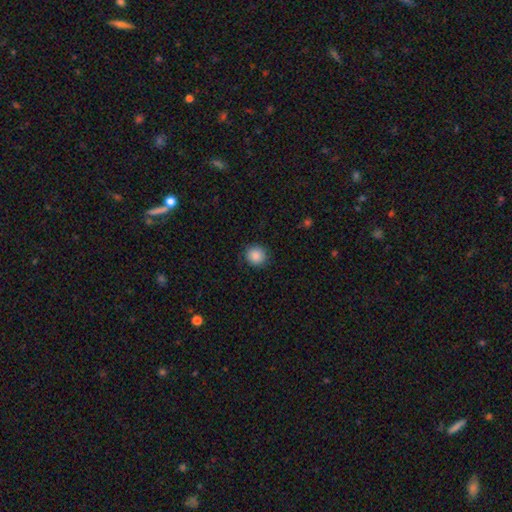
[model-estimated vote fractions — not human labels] Q: Smooth or featured?
A: smooth (88%); runner-up: star or artifact (9%)
Q: How rounded?
A: round (90%); runner-up: in between (9%)
Q: Merging?
A: none (89%); runner-up: minor disturbance (8%)